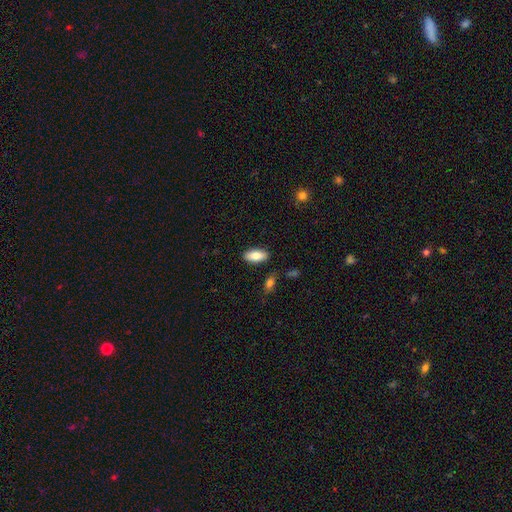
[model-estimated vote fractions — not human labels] A smooth galaxy with no disk features (81%) that is in between round and cigar-shaped (87%). Merging: none (86%).